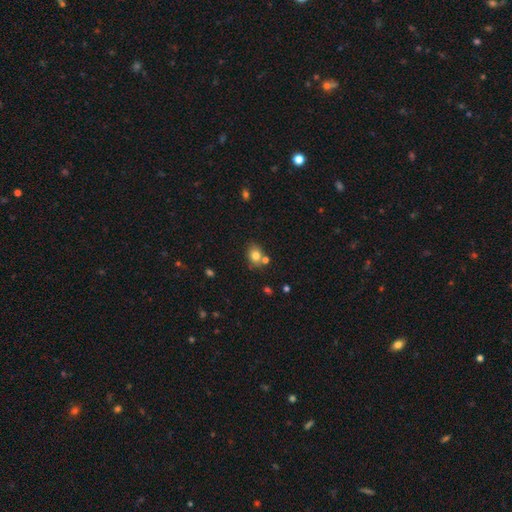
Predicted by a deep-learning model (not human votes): A smooth galaxy with no disk features (78%) that is round (51%).

Vote fractions:
- Smooth or featured? smooth: 78% / star or artifact: 11% / featured or disk: 10%
- How rounded? round: 51% / in between: 48% / cigar-shaped: 1%
- Merging? none: 63% / merger: 19% / minor disturbance: 14% / major disturbance: 4%